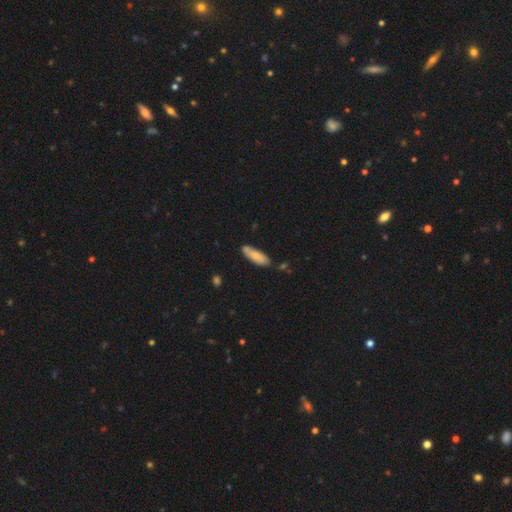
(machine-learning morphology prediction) Smooth or featured?
  - smooth: 74% *
  - featured or disk: 20%
  - star or artifact: 6%
How rounded?
  - in between: 54% *
  - cigar-shaped: 45%
  - round: 2%
Merging?
  - none: 71% *
  - minor disturbance: 19%
  - merger: 6%
  - major disturbance: 3%